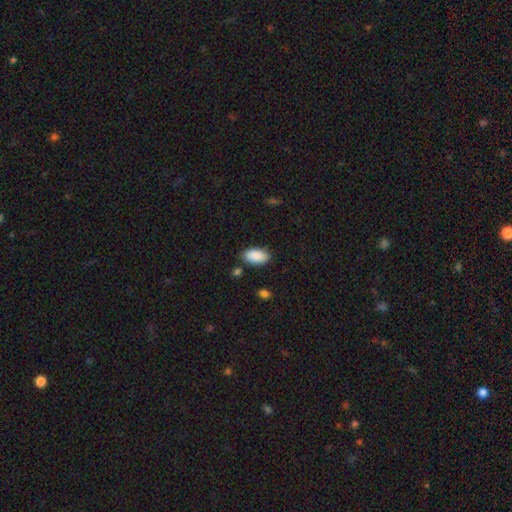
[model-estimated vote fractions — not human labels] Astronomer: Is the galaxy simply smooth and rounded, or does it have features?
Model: smooth — 89%.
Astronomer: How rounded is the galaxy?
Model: in between — 95%.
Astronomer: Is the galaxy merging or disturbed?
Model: none — 82%.